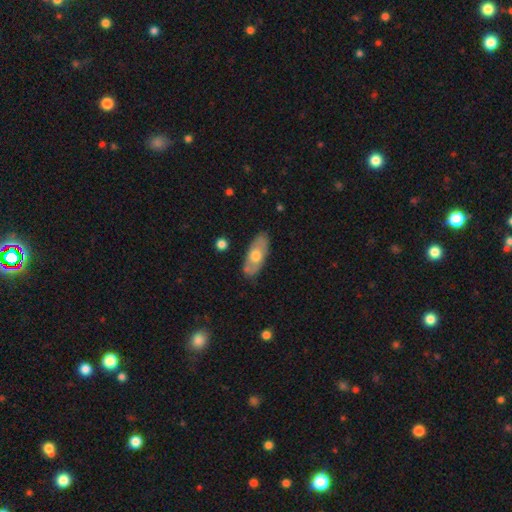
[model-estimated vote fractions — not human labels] smooth_or_featured: smooth (p=0.53) [alt: featured or disk p=0.42]
how_rounded: in between (p=0.83) [alt: cigar-shaped p=0.13]
merging: none (p=0.81) [alt: minor disturbance p=0.14]